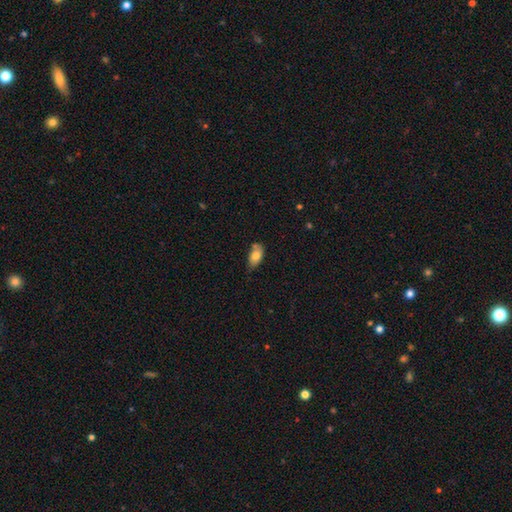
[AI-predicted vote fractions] smooth-or-featured: smooth: 76% | featured or disk: 17% | star or artifact: 7%
  how-rounded: in between: 91% | cigar-shaped: 5% | round: 4%
  merging: none: 57% | minor disturbance: 32% | merger: 5% | major disturbance: 5%